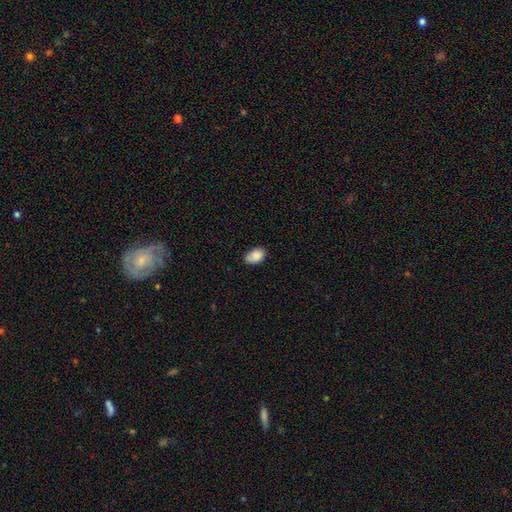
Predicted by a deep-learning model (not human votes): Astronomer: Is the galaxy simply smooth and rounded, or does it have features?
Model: smooth — 86%.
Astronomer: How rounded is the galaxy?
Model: in between — 90%.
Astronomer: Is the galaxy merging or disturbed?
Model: none — 71%.